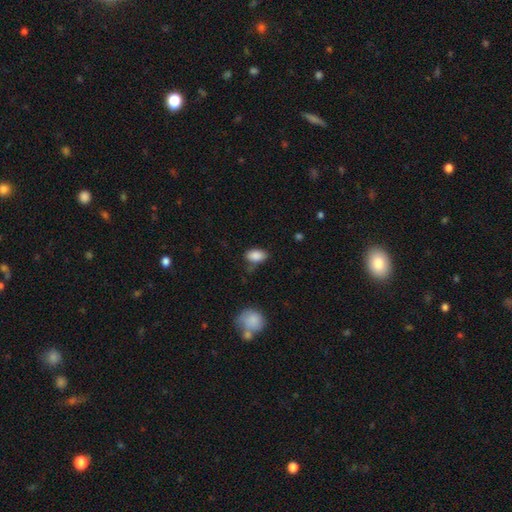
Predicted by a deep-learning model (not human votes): smooth_or_featured: smooth (p=0.87) [alt: star or artifact p=0.08]
how_rounded: in between (p=0.91) [alt: round p=0.07]
merging: none (p=0.65) [alt: minor disturbance p=0.25]